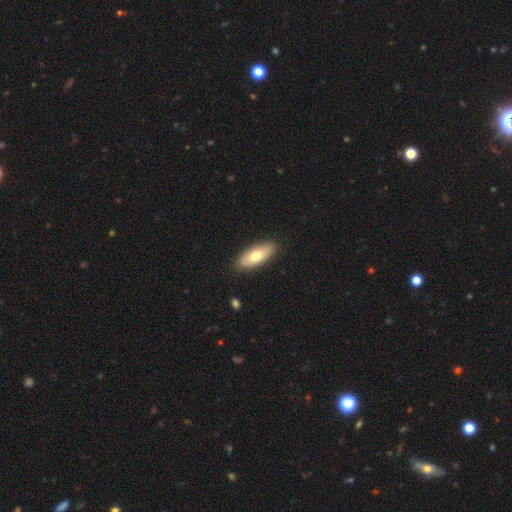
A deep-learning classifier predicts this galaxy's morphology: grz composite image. It shows a smooth galaxy with no disk features (71%) that is in between round and cigar-shaped (81%). Merging: none (86%).